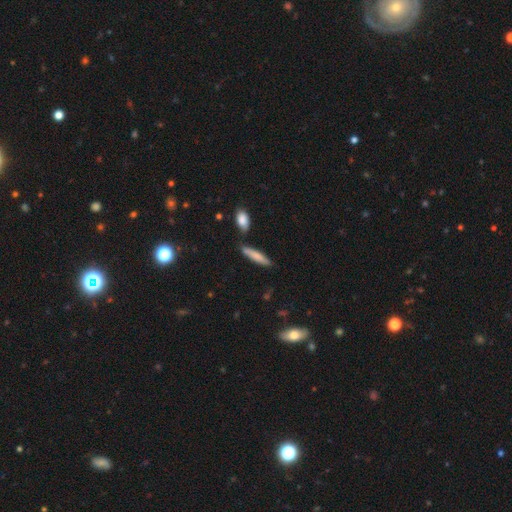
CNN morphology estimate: A smooth galaxy with no disk features (76%) that is cigar-shaped (82%). Merging: none (74%).